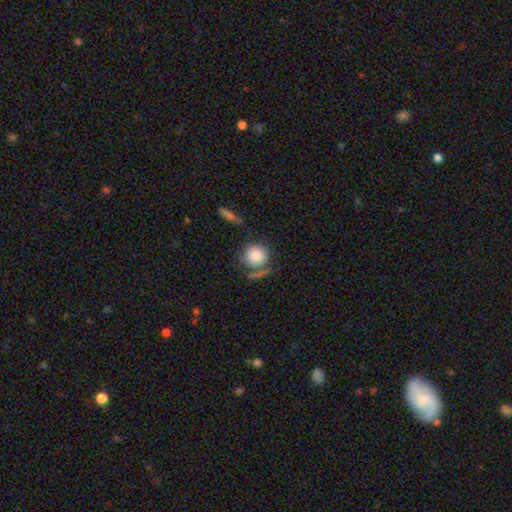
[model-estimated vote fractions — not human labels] The model was most divided on "merging": none: 61%, minor disturbance: 16%, merger: 14%, major disturbance: 9%. More confident: how rounded — round (90%); smooth or featured — smooth (84%).